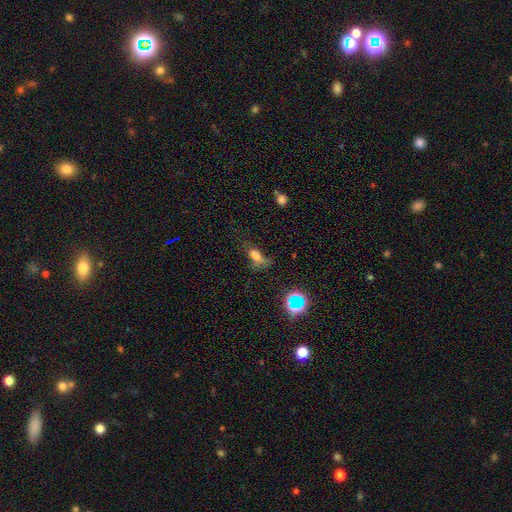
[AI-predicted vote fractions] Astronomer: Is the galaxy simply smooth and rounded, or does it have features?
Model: smooth — 66%.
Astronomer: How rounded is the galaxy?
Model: in between — 78%.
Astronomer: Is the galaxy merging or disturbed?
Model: none — 34% (runner-up: major disturbance, 33%).